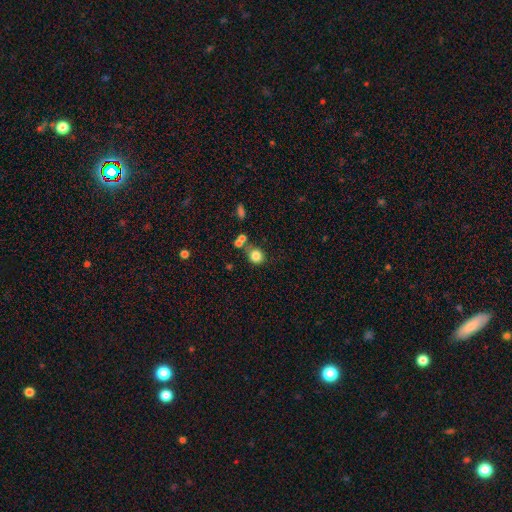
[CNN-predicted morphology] This appears to be a smooth galaxy with no disk features (82%) that is round (81%). Merging: none (65%).